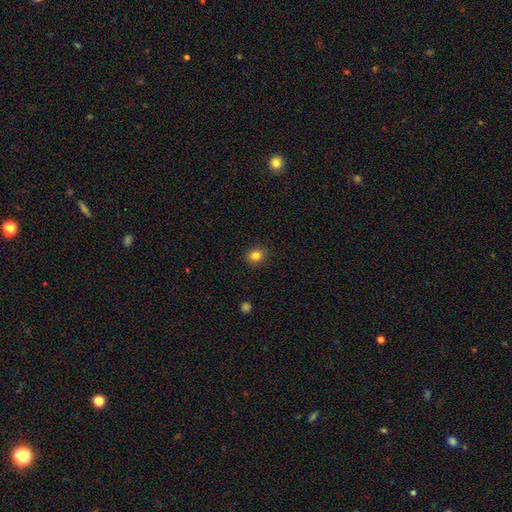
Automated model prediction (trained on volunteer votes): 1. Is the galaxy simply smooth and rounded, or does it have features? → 83% smooth, 11% star or artifact, 5% featured or disk.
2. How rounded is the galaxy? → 70% round, 29% in between, 1% cigar-shaped.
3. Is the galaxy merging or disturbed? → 90% none, 7% minor disturbance, 2% major disturbance, 1% merger.